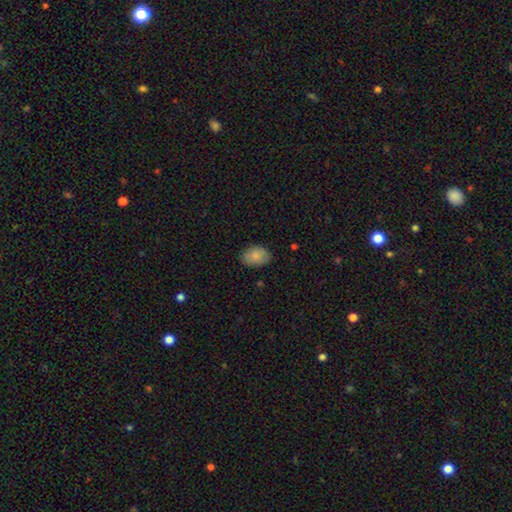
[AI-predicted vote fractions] A smooth galaxy with no disk features (85%) that is in between round and cigar-shaped (83%).

Vote fractions:
- Smooth or featured? smooth: 85% / featured or disk: 8% / star or artifact: 7%
- How rounded? in between: 83% / round: 16% / cigar-shaped: 1%
- Merging? none: 82% / minor disturbance: 14% / major disturbance: 3% / merger: 1%